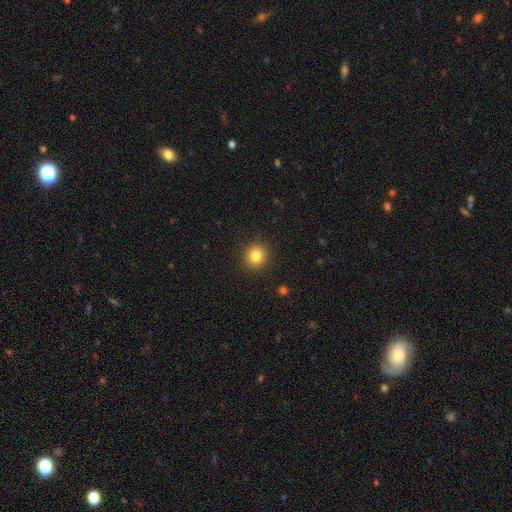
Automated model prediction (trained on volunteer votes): This is clearly a smooth galaxy (83%). How rounded: clearly round (88%). Merging: clearly none (91%).